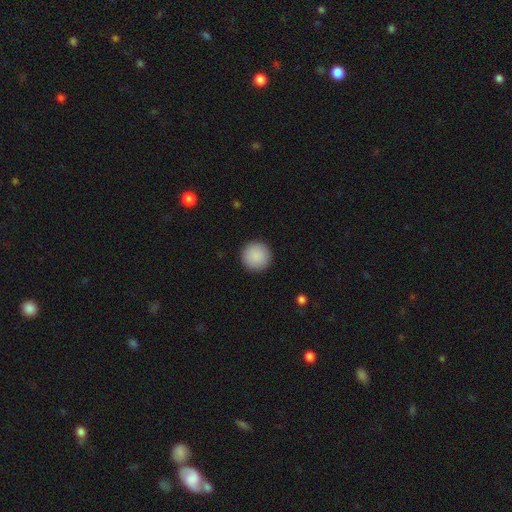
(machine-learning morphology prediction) Overall: smooth (90%). How rounded: round (96%). Merging: none (92%).